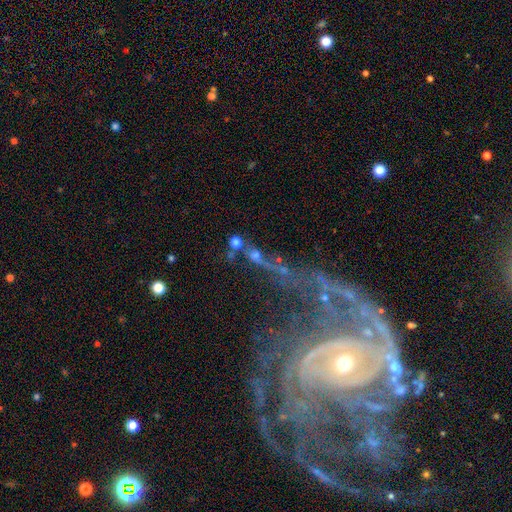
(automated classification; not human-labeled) Smooth or featured? featured or disk (43%)
Merging? none (37%)